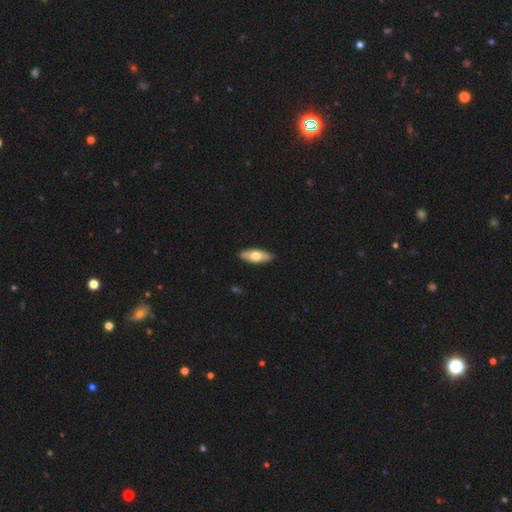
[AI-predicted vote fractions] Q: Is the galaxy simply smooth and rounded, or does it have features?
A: smooth — 60%.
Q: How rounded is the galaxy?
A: in between — 71%.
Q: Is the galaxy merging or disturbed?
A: none — 88%.